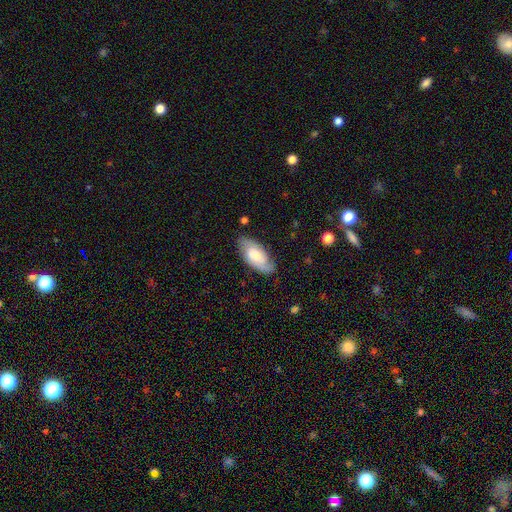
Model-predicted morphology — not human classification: Smooth or featured: smooth — 50% (featured or disk — 44%)
Merging: none — 78% (minor disturbance — 17%)